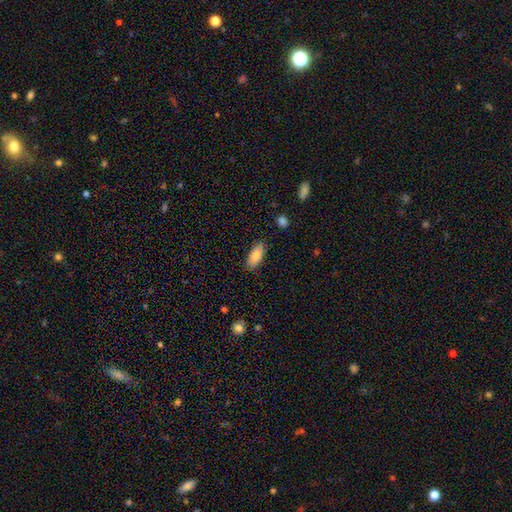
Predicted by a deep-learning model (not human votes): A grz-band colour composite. It shows a smooth galaxy with no disk features (83%) that is in between round and cigar-shaped (82%). Merging: none (85%).